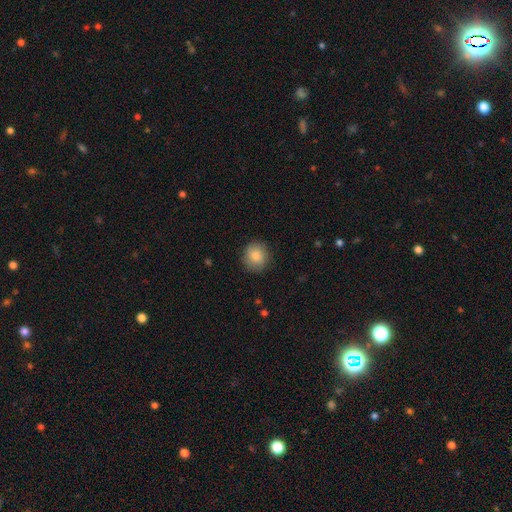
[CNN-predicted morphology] Smooth or featured?
  - smooth: 84% *
  - featured or disk: 8%
  - star or artifact: 8%
How rounded?
  - round: 85% *
  - in between: 14%
  - cigar-shaped: 1%
Merging?
  - none: 86% *
  - minor disturbance: 10%
  - major disturbance: 3%
  - merger: 1%